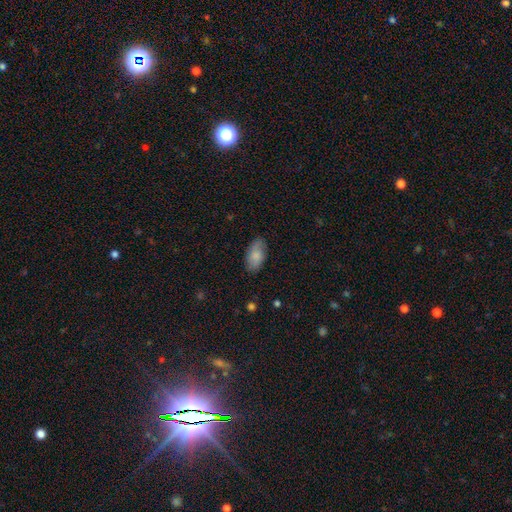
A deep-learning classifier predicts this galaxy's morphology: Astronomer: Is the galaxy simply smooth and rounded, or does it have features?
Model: smooth — 78%.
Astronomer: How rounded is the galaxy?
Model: in between — 93%.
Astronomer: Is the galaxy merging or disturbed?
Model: none — 81%.